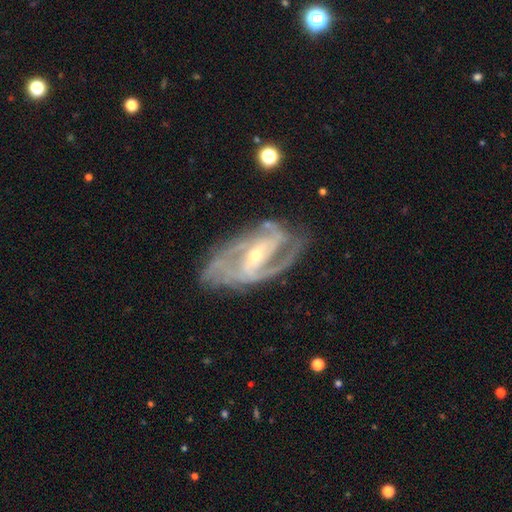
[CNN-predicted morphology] type=featured or disk (91%); edge-on=no (96%); bar=strong (43%); spiral arms=yes (97%); winding=medium (50%); arm count=2 (53%); bulge=small (68%); merging=none (64%).